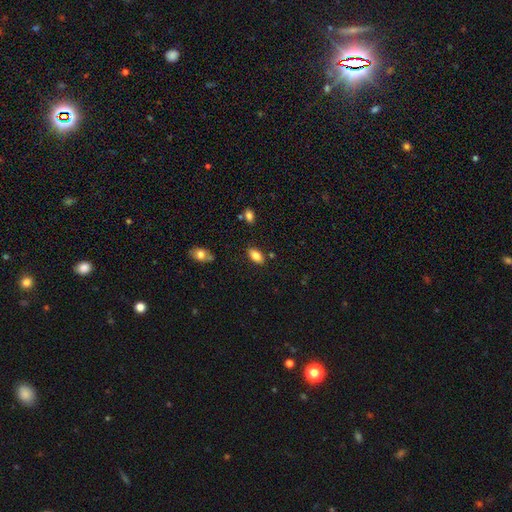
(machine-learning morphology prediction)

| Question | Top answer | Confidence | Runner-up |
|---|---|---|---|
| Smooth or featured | smooth | 80% | featured or disk (12%) |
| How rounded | in between | 91% | cigar-shaped (5%) |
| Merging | none | 83% | minor disturbance (11%) |